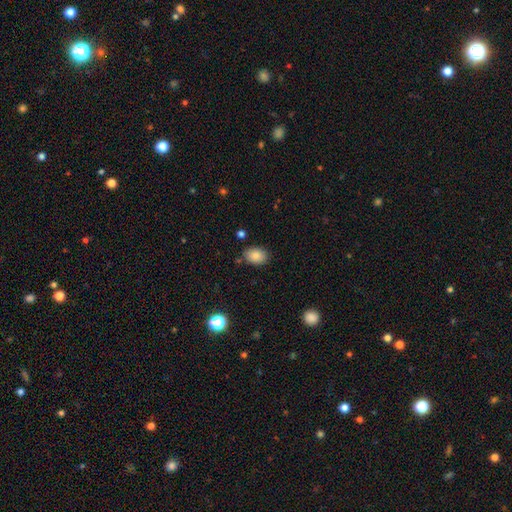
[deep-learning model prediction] Overall: smooth (86%). How rounded: in between (78%). Merging: none (82%).